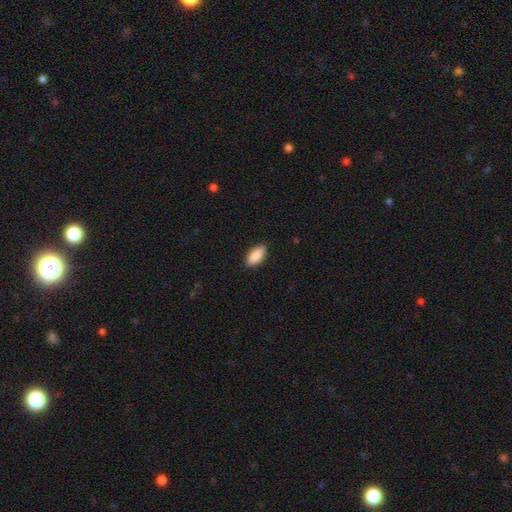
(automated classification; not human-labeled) A smooth galaxy with no disk features (88%) that is in between round and cigar-shaped (87%).

Vote fractions:
- Smooth or featured? smooth: 88% / featured or disk: 6% / star or artifact: 6%
- How rounded? in between: 87% / cigar-shaped: 11% / round: 2%
- Merging? none: 88% / minor disturbance: 9% / major disturbance: 2% / merger: 1%